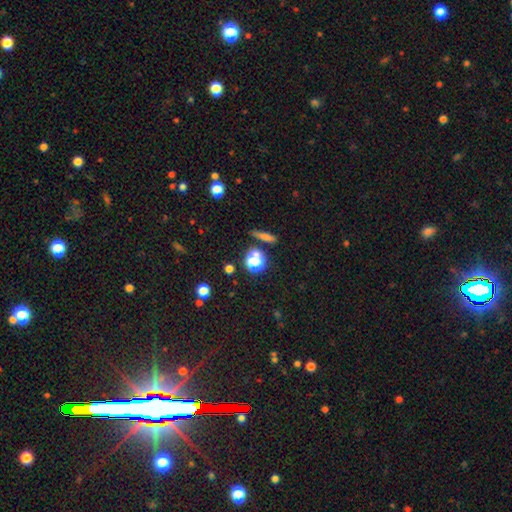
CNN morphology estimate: Q: Smooth or featured?
A: smooth (55%); runner-up: star or artifact (35%)
Q: How rounded?
A: round (66%); runner-up: in between (20%)
Q: Merging?
A: none (78%); runner-up: minor disturbance (11%)